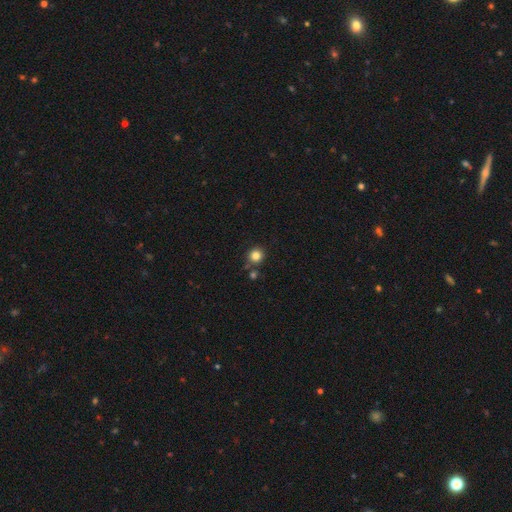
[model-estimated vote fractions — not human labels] The model was most divided on "merging": none: 79%, merger: 10%, minor disturbance: 9%, major disturbance: 3%. More confident: how rounded — round (93%); smooth or featured — smooth (83%).